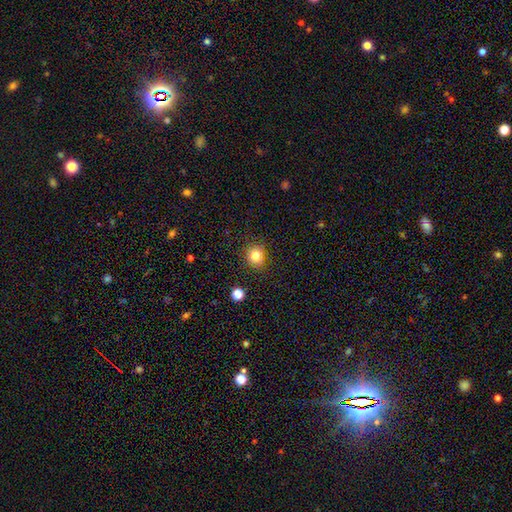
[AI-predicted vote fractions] A smooth galaxy with no disk features (80%) that is round (82%). Merging: none (86%).